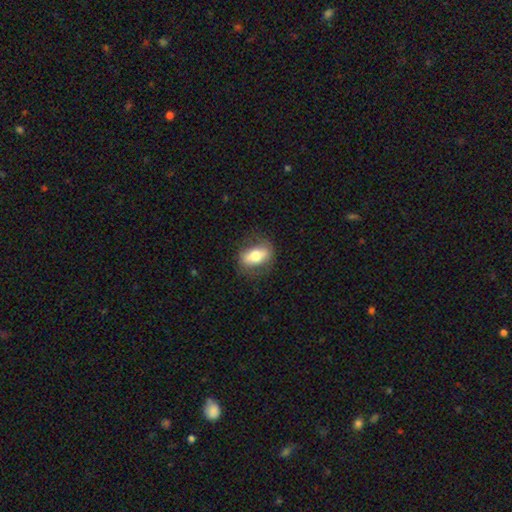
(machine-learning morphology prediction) Overall: smooth (63%; featured or disk 30%). How rounded: in between (82%). Merging: none (78%).